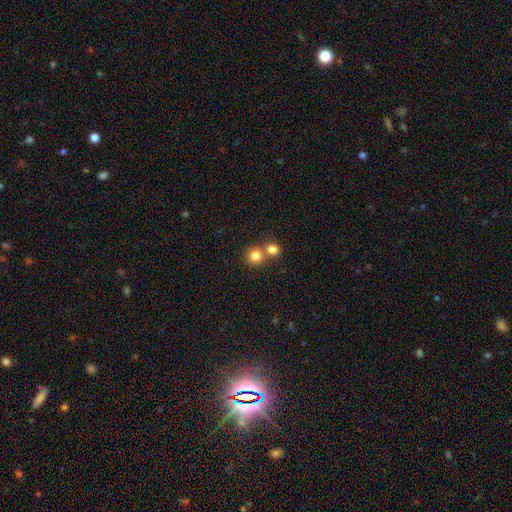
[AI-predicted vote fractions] Smooth or featured? smooth (81%)
How rounded? round (87%)
Merging? none (48%)